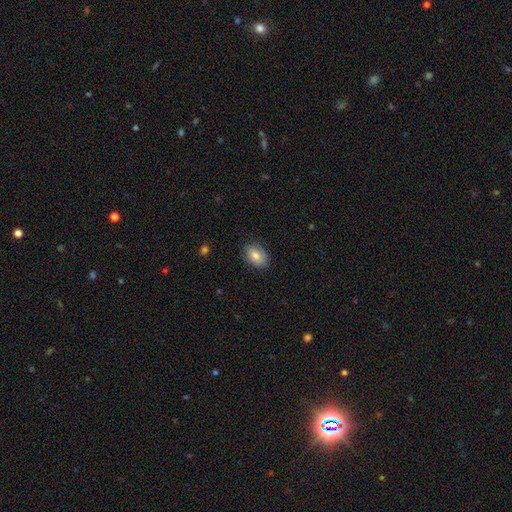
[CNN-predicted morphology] A smooth galaxy with no disk features (80%) that is in between round and cigar-shaped (87%). Merging: none (82%).